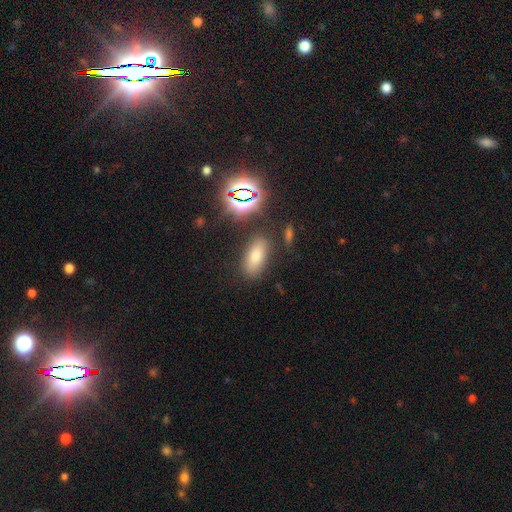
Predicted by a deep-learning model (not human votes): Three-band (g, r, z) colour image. It shows a smooth galaxy with no disk features (61%) that is in between round and cigar-shaped (79%). Merging: none (82%).